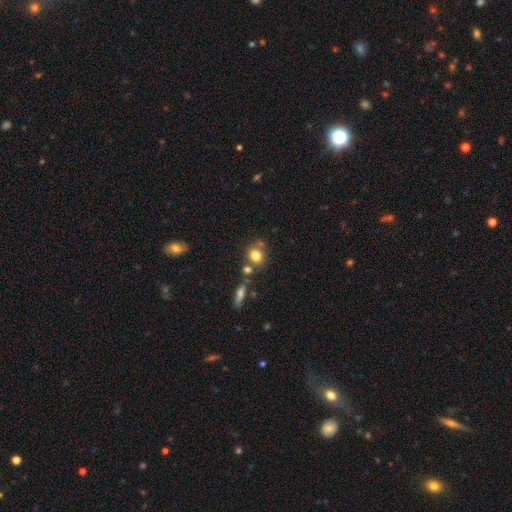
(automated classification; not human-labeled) smooth-or-featured: smooth: 79% | star or artifact: 11% | featured or disk: 11%
  how-rounded: round: 65% | in between: 34% | cigar-shaped: 2%
  merging: none: 61% | merger: 22% | minor disturbance: 13% | major disturbance: 4%